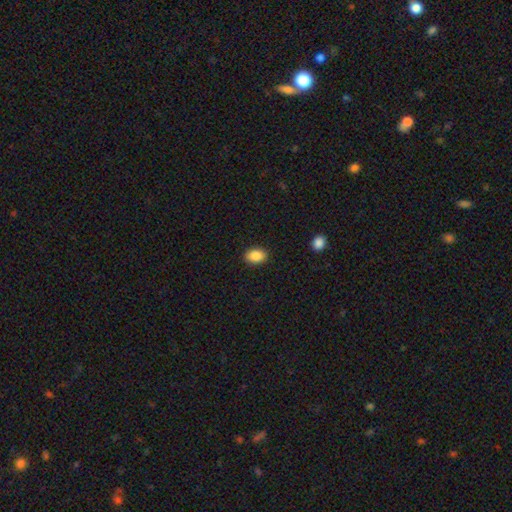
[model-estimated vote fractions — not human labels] This is clearly a smooth galaxy (88%). How rounded: clearly in between (81%). Merging: clearly none (89%).